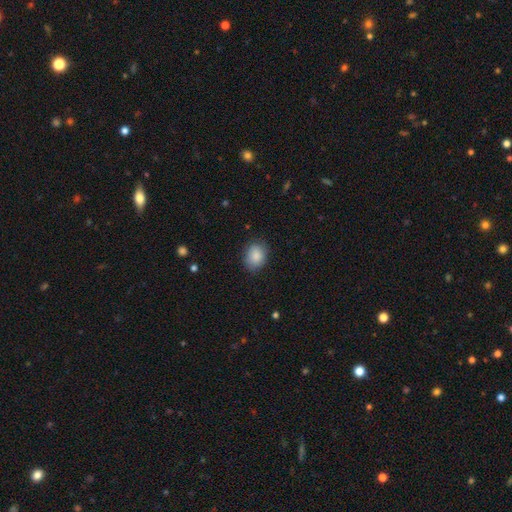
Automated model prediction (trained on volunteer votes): A smooth galaxy with no disk features (86%) that is in between round and cigar-shaped (64%). Merging: none (79%).